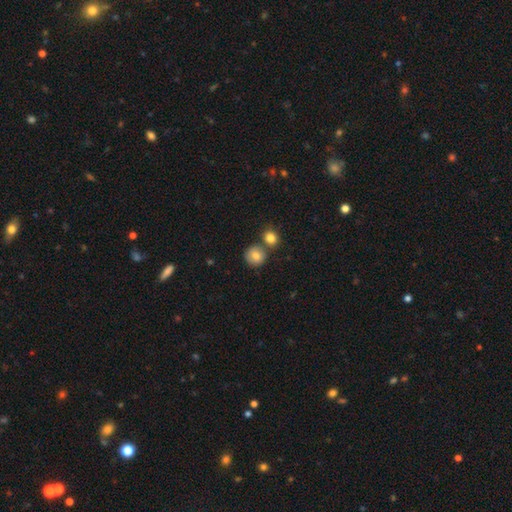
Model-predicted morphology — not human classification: smooth-or-featured: smooth: 82% | star or artifact: 9% | featured or disk: 9%
  how-rounded: round: 90% | in between: 10% | cigar-shaped: 1%
  merging: none: 65% | merger: 24% | minor disturbance: 9% | major disturbance: 2%